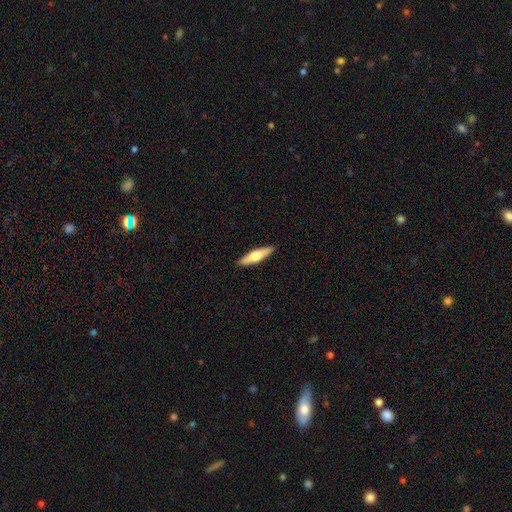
Smooth or featured?
  - smooth: 59% *
  - featured or disk: 33%
  - star or artifact: 8%
How rounded?
  - cigar-shaped: 57% *
  - in between: 43%
  - round: 0%
Merging?
  - none: 94% *
  - major disturbance: 6%
  - minor disturbance: 0%
  - merger: 0%